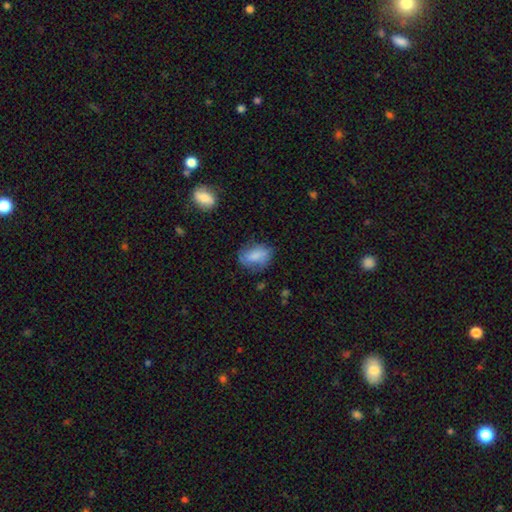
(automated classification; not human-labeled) Smooth or featured?
  - smooth: 74% *
  - featured or disk: 18%
  - star or artifact: 8%
How rounded?
  - in between: 80% *
  - round: 18%
  - cigar-shaped: 2%
Merging?
  - none: 63% *
  - minor disturbance: 26%
  - major disturbance: 10%
  - merger: 2%